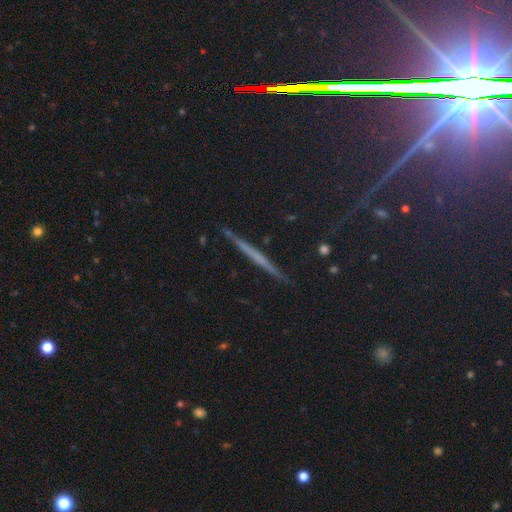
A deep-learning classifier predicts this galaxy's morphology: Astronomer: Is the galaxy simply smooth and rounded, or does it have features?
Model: featured or disk — 50% (runner-up: smooth, 33%).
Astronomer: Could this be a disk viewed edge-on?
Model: yes — 96%.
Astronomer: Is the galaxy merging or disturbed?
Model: none — 90%.